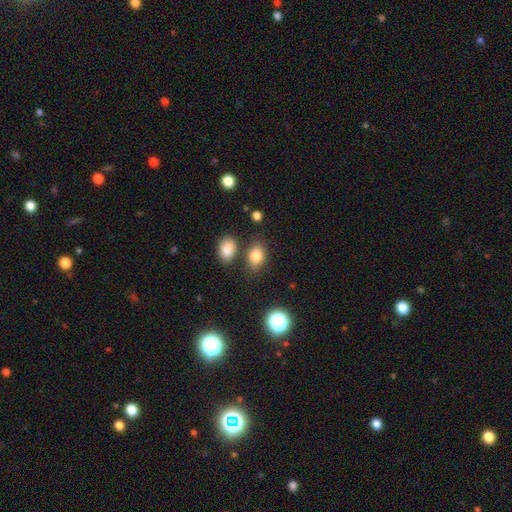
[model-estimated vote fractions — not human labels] This is clearly a smooth galaxy (81%). How rounded: likely in between (78%). Merging: likely none (74%).